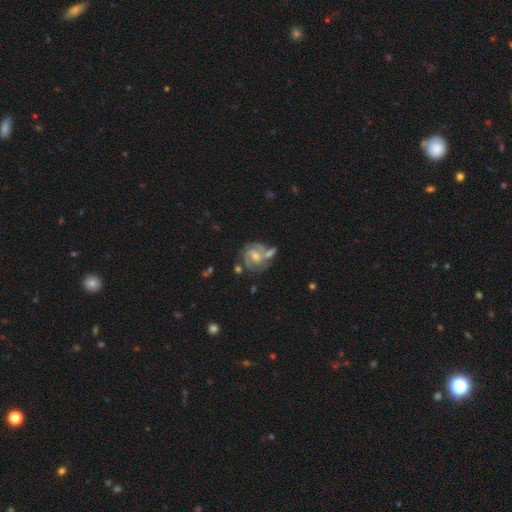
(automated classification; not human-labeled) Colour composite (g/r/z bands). It shows a featured or disk galaxy (80%) with a weak bar (50%), 2 (55%) tight (47%) spiral arms (93%) and a moderate central bulge (50%). Merging: none (44%).